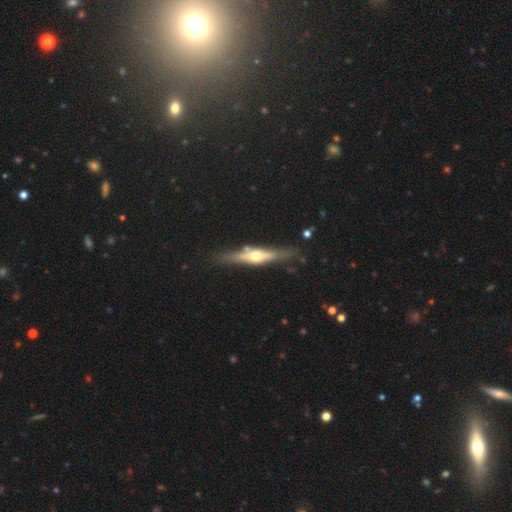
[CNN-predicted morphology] Q: Smooth or featured?
A: featured or disk (72%); runner-up: smooth (22%)
Q: Edge-on disk?
A: yes (95%); runner-up: no (5%)
Q: Edge-on bulge?
A: rounded (90%); runner-up: boxy (7%)
Q: Merging?
A: none (80%); runner-up: minor disturbance (13%)